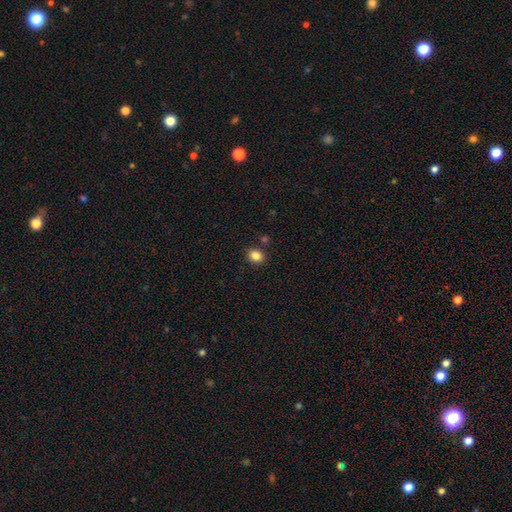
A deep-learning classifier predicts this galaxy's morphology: Q: Smooth or featured?
A: smooth (85%); runner-up: star or artifact (11%)
Q: How rounded?
A: round (60%); runner-up: in between (39%)
Q: Merging?
A: none (84%); runner-up: minor disturbance (9%)